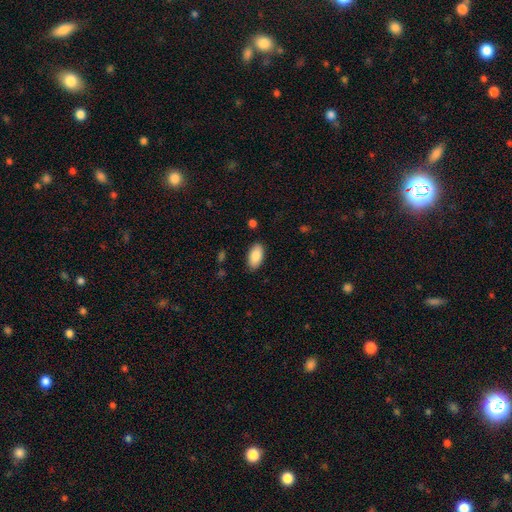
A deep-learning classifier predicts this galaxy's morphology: smooth 86%, featured or disk 7%, star or artifact 6%. Down the decision tree: how rounded — in between (94%); merging — none (87%).